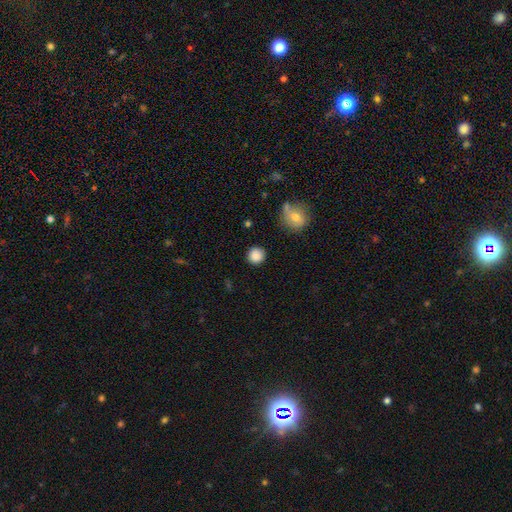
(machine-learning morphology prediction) smooth-or-featured: smooth: 87% | star or artifact: 9% | featured or disk: 4%
  how-rounded: round: 94% | in between: 5% | cigar-shaped: 1%
  merging: none: 89% | minor disturbance: 7% | major disturbance: 2% | merger: 2%